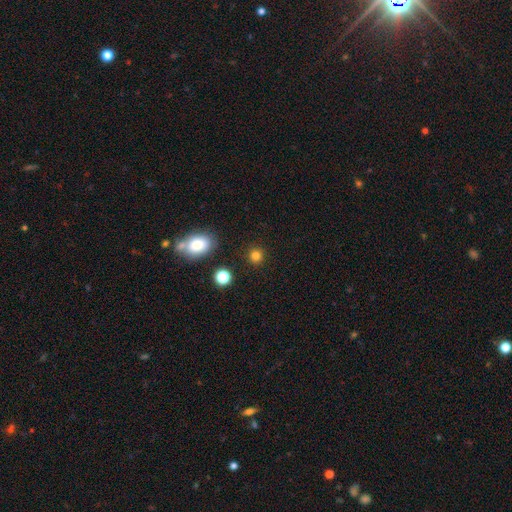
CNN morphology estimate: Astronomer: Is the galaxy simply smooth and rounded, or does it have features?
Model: smooth — 82%.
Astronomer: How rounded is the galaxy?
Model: round — 89%.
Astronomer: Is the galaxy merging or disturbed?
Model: none — 89%.